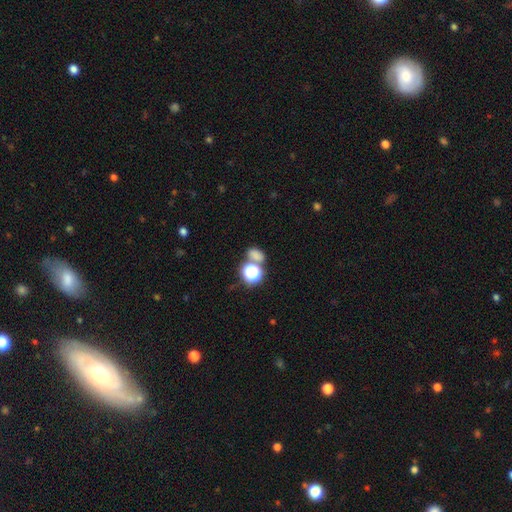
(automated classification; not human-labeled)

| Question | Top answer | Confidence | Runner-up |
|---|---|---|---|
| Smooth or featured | smooth | 67% | star or artifact (26%) |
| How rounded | in between | 58% | round (39%) |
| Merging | none | 57% | merger (27%) |